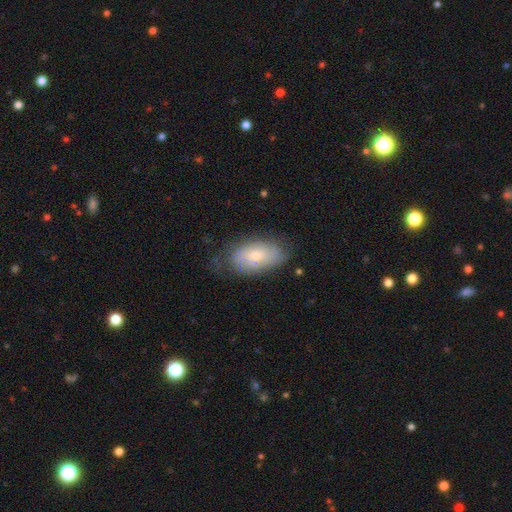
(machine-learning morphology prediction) Smooth or featured: smooth — 55% (featured or disk — 37%)
How rounded: in between — 93% (round — 4%)
Merging: none — 62% (minor disturbance — 27%)